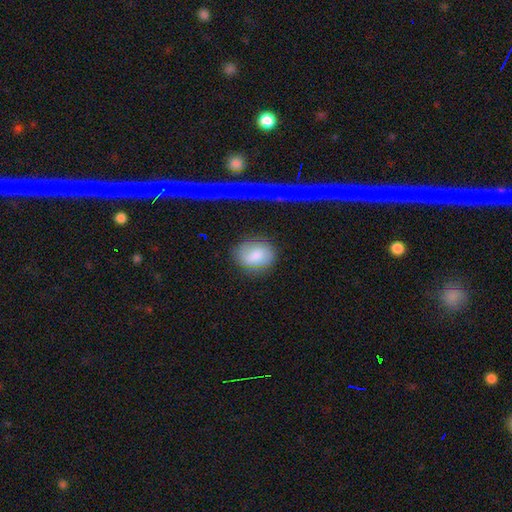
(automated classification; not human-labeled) smooth_or_featured: smooth (p=0.75) [alt: featured or disk p=0.17]
how_rounded: round (p=0.55) [alt: in between p=0.43]
merging: none (p=0.73) [alt: minor disturbance p=0.19]